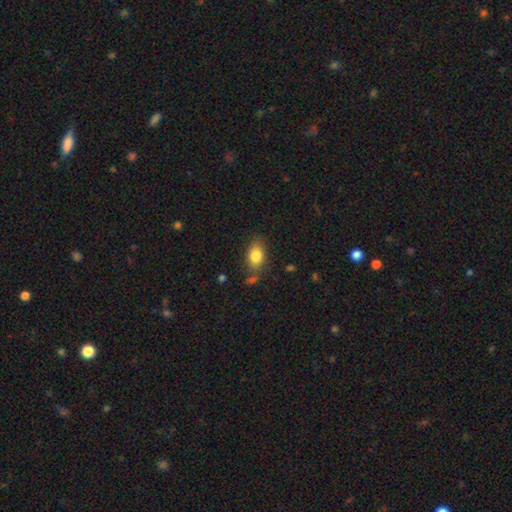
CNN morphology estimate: Smooth or featured: smooth — 83% (featured or disk — 9%)
How rounded: in between — 82% (round — 16%)
Merging: none — 71% (minor disturbance — 18%)